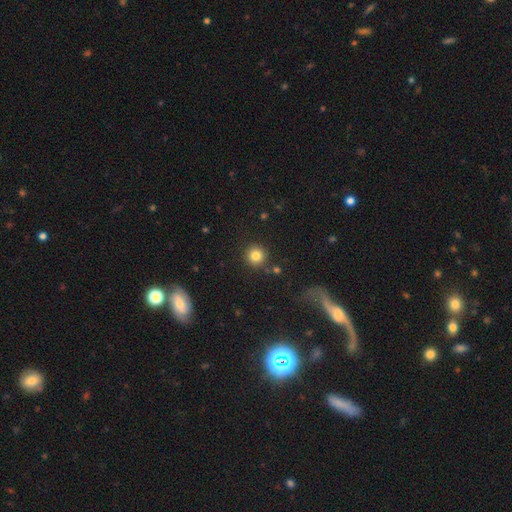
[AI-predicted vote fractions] Smooth or featured? smooth (83%)
How rounded? round (94%)
Merging? none (87%)